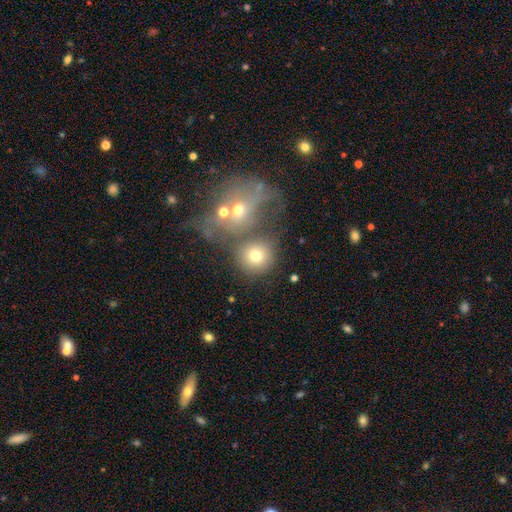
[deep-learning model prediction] Smooth or featured?
  - smooth: 68% *
  - featured or disk: 18%
  - star or artifact: 14%
How rounded?
  - round: 85% *
  - in between: 13%
  - cigar-shaped: 1%
Merging?
  - none: 44% *
  - merger: 37%
  - minor disturbance: 10%
  - major disturbance: 9%